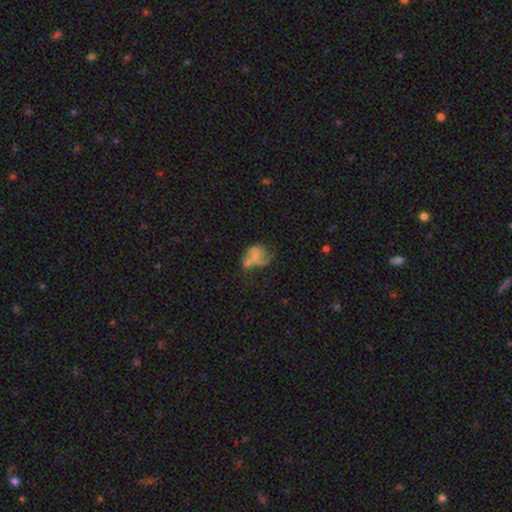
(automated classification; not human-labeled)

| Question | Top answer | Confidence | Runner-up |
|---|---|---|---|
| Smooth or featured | smooth | 47% | featured or disk (41%) |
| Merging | major disturbance | 32% | none (25%) |